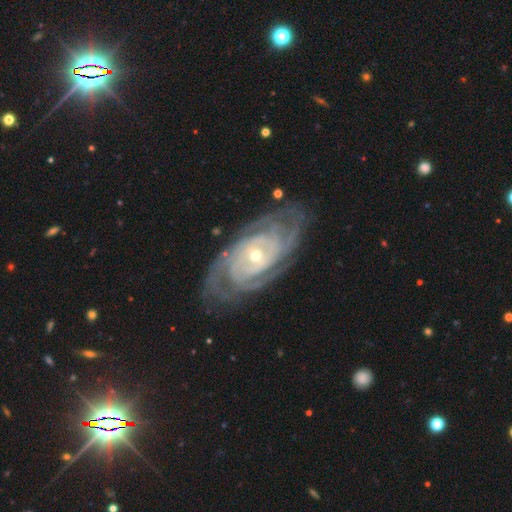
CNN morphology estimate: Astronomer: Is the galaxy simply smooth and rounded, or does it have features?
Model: featured or disk — 91%.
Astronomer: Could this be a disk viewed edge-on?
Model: no — 95%.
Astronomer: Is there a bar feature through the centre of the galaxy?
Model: no — 66%.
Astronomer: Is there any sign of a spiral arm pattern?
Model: yes — 98%.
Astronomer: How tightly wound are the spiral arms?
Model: tight — 78%.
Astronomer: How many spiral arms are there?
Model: can't tell — 25% (runner-up: 4, 21%).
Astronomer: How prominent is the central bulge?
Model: small — 59% (runner-up: moderate, 37%).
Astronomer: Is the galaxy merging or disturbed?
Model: none — 77%.